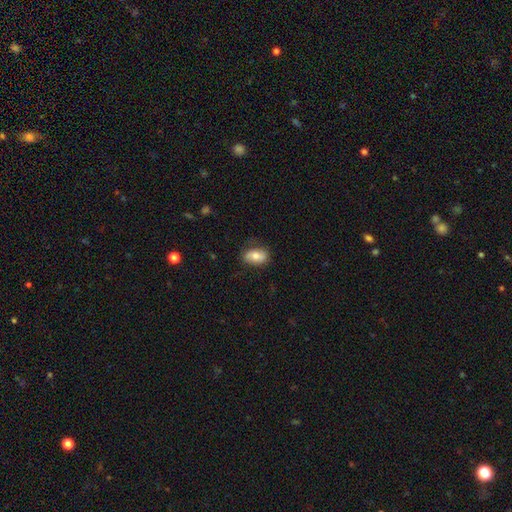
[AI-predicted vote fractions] Overall: smooth (73%). How rounded: in between (89%). Merging: none (76%).